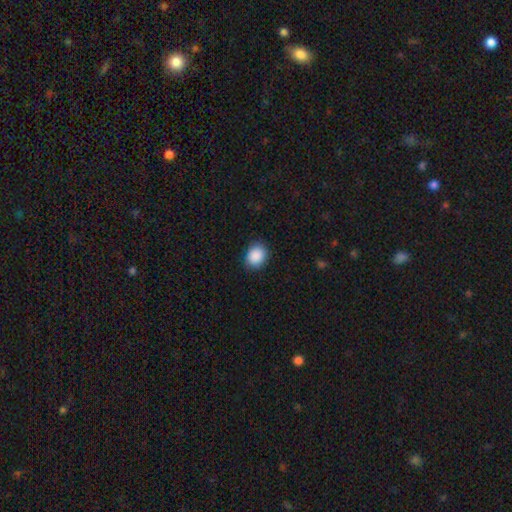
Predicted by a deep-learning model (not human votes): Smooth or featured? Predicted: smooth (p=0.90). How rounded? Predicted: round (p=0.54). Merging? Predicted: none (p=0.87).